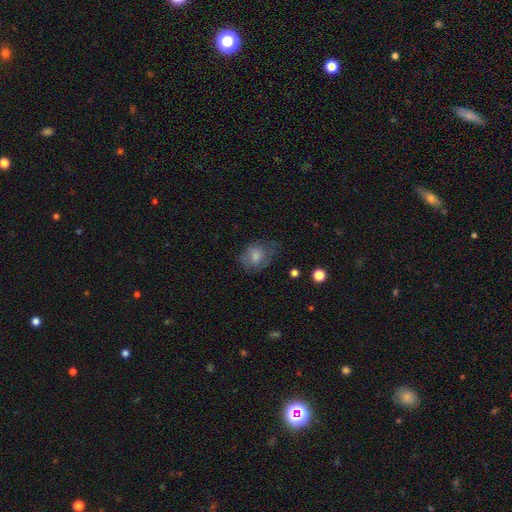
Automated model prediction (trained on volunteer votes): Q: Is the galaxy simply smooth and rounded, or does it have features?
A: smooth — 71%.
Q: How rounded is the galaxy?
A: in between — 55%.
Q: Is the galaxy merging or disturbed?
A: none — 49%.